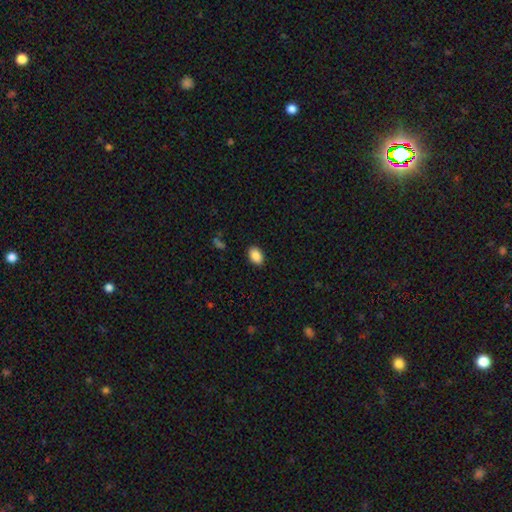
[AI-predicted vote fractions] Smooth or featured: smooth — 88% (star or artifact — 8%)
How rounded: in between — 85% (round — 14%)
Merging: none — 89% (minor disturbance — 8%)